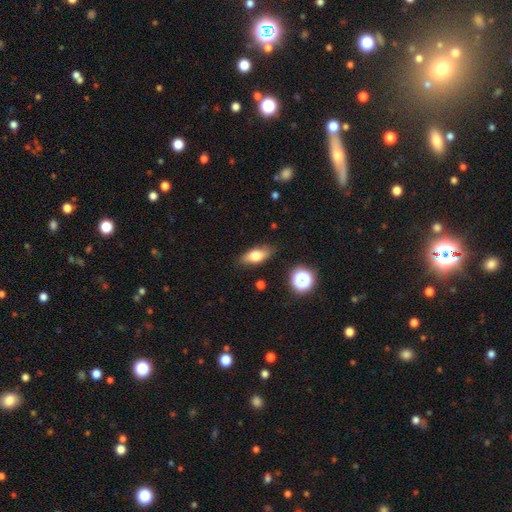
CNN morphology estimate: smooth_or_featured: smooth (p=0.72) [alt: featured or disk p=0.19]
how_rounded: in between (p=0.77) [alt: cigar-shaped p=0.17]
merging: none (p=0.80) [alt: minor disturbance p=0.15]